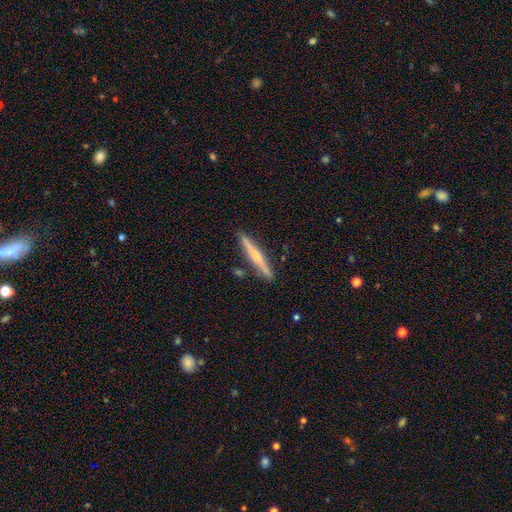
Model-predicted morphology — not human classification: featured or disk 52%, smooth 42%, star or artifact 6%. Down the decision tree: edge-on disk — yes (97%); edge-on bulge — rounded (65%); merging — none (87%).